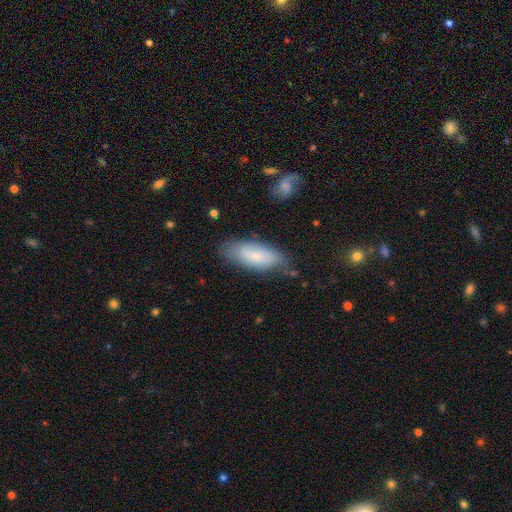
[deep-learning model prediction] A smooth galaxy with no disk features (69%) that is in between round and cigar-shaped (83%).

Vote fractions:
- Smooth or featured? smooth: 69% / featured or disk: 24% / star or artifact: 7%
- How rounded? in between: 83% / cigar-shaped: 15% / round: 2%
- Merging? none: 65% / minor disturbance: 26% / major disturbance: 6% / merger: 3%